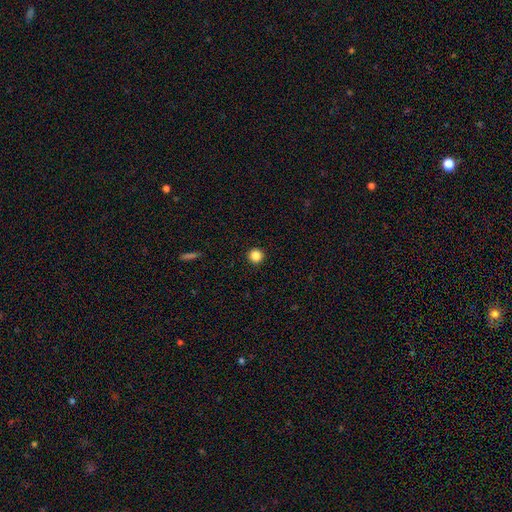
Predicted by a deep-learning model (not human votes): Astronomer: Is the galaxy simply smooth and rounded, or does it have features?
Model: smooth — 85%.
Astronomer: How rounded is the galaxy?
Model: round — 96%.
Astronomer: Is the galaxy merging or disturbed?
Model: none — 94%.